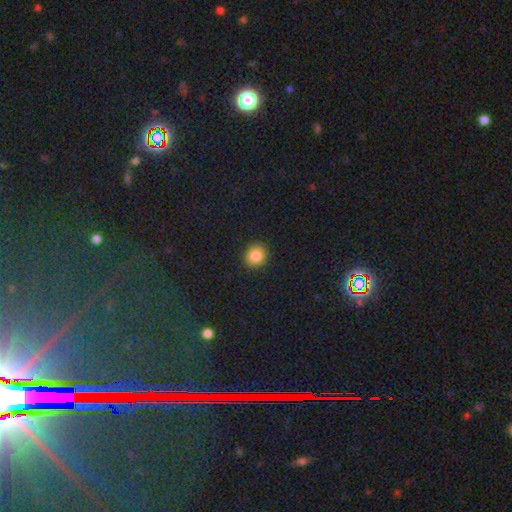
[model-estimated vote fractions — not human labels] This appears to be a smooth galaxy with no disk features (85%) that is round (87%). Merging: none (91%).